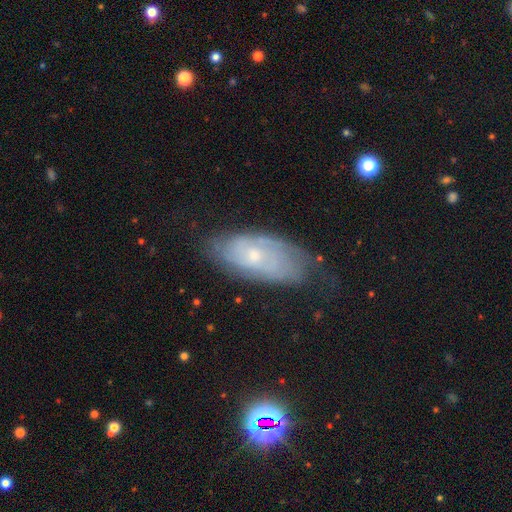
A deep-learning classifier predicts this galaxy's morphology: type=featured or disk (68%); edge-on=no (91%); bar=no (73%); spiral arms=yes (85%); winding=tight (64%); arm count=can't tell (57%); bulge=small (67%); merging=none (63%).